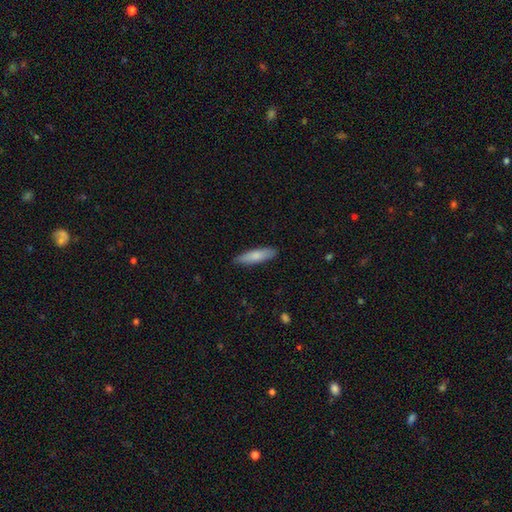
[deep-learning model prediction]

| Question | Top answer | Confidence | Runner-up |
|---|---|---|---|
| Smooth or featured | smooth | 79% | featured or disk (16%) |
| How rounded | cigar-shaped | 67% | in between (31%) |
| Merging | none | 88% | minor disturbance (9%) |